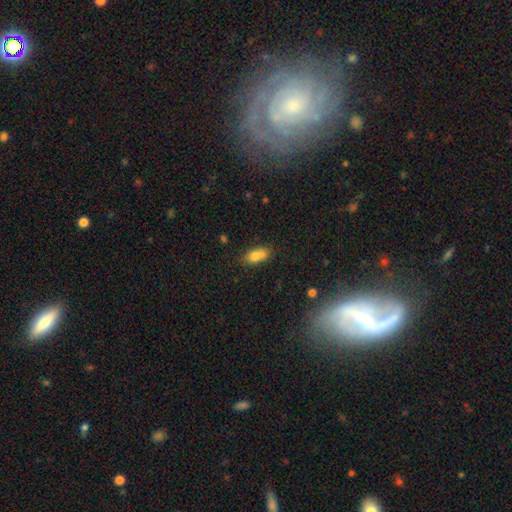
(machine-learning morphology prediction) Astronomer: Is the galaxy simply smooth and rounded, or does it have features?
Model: smooth — 79%.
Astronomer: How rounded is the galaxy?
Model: in between — 85%.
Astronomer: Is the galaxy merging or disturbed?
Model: none — 61%.